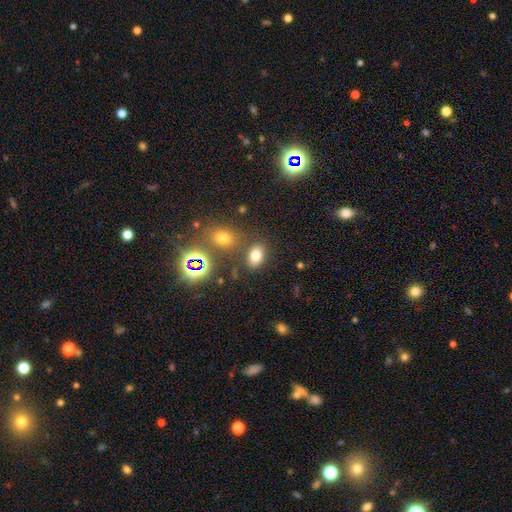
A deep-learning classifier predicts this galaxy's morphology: Smooth or featured?
  - smooth: 73% *
  - star or artifact: 18%
  - featured or disk: 9%
How rounded?
  - in between: 82% *
  - round: 16%
  - cigar-shaped: 2%
Merging?
  - none: 77% *
  - minor disturbance: 10%
  - merger: 9%
  - major disturbance: 4%